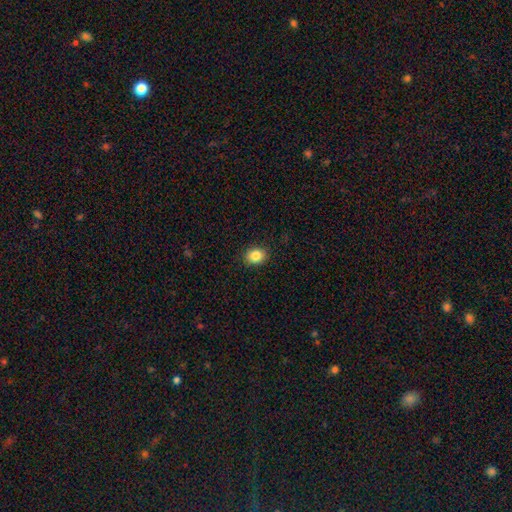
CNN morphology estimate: type=smooth (85%); roundness=round (50%); merging=none (89%).